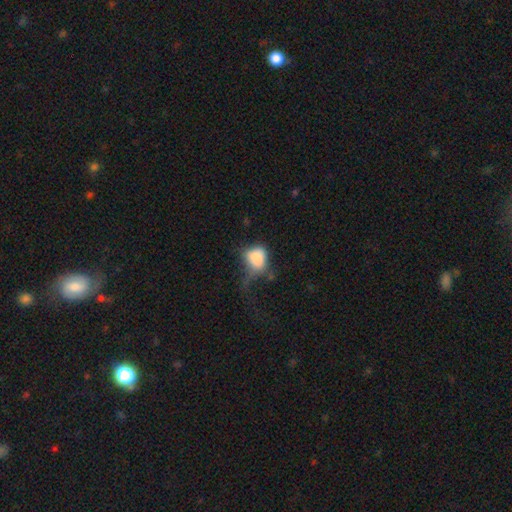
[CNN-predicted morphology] Smooth or featured? Predicted: smooth (p=0.77). How rounded? Predicted: in between (p=0.62). Merging? Predicted: major disturbance (p=0.42).